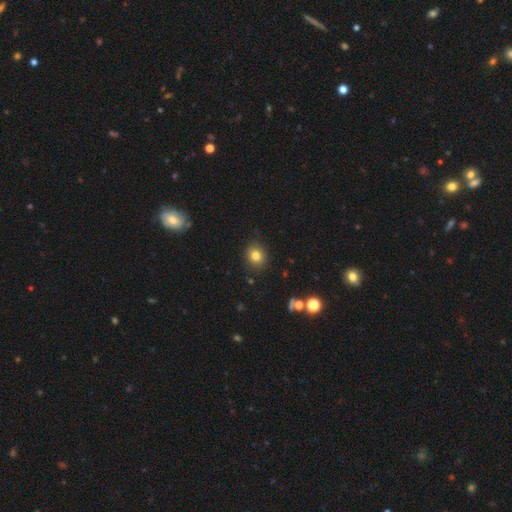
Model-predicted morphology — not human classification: A smooth galaxy with no disk features (81%) that is round (73%). Merging: none (87%).